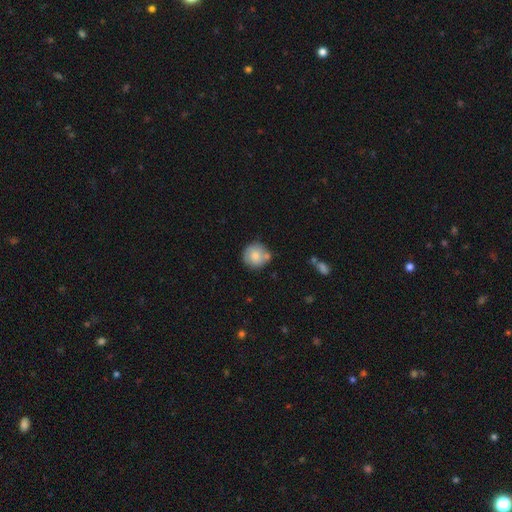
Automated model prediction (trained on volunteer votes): This appears to be a smooth galaxy with no disk features (74%) that is round (92%). Merging: none (66%).